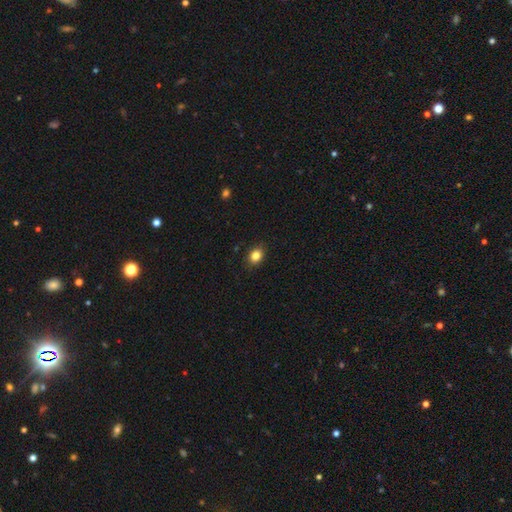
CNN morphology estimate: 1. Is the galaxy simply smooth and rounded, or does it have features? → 83% smooth, 11% star or artifact, 6% featured or disk.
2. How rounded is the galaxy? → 56% in between, 43% round, 1% cigar-shaped.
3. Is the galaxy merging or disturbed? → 87% none, 10% minor disturbance, 2% major disturbance, 1% merger.